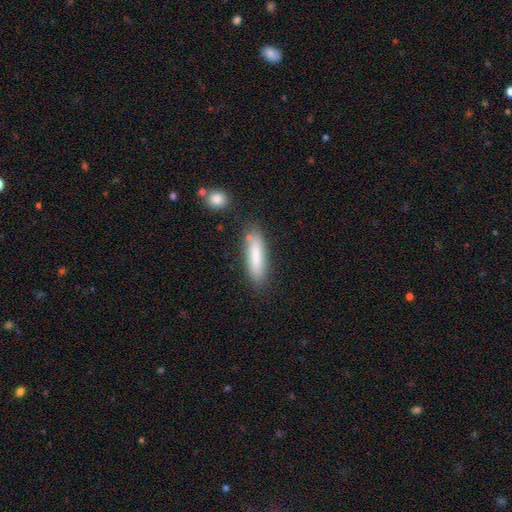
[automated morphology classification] This appears to be a smooth galaxy with no disk features (79%) that is cigar-shaped (68%). Merging: none (79%).